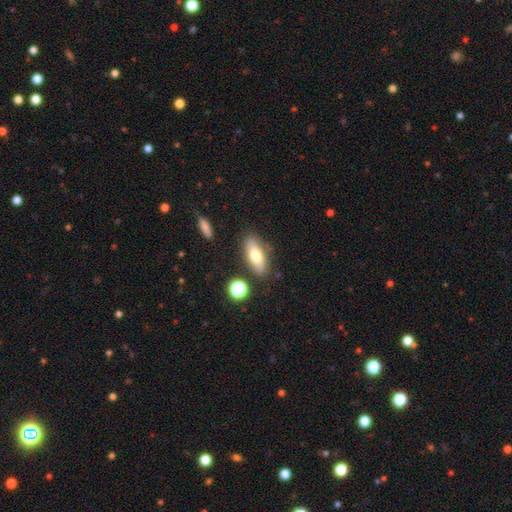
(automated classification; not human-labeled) Smooth or featured: smooth — 67% (featured or disk — 25%)
How rounded: in between — 74% (cigar-shaped — 21%)
Merging: none — 79% (minor disturbance — 13%)